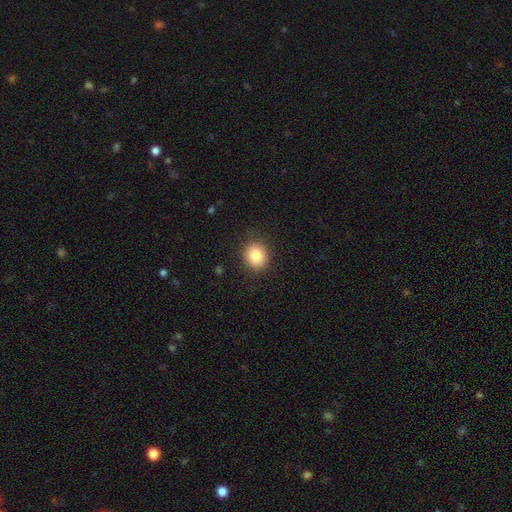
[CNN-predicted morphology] This appears to be a smooth galaxy with no disk features (85%) that is round (76%). Merging: none (87%).